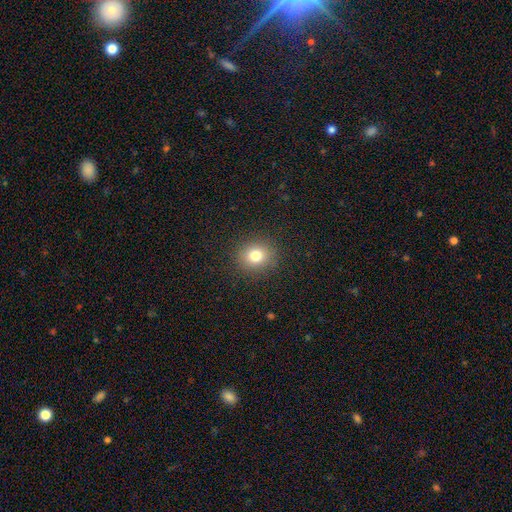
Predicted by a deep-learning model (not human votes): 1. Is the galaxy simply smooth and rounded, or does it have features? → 79% smooth, 13% star or artifact, 8% featured or disk.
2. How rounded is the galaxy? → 82% round, 17% in between, 1% cigar-shaped.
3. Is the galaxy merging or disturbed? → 89% none, 7% minor disturbance, 3% major disturbance, 1% merger.